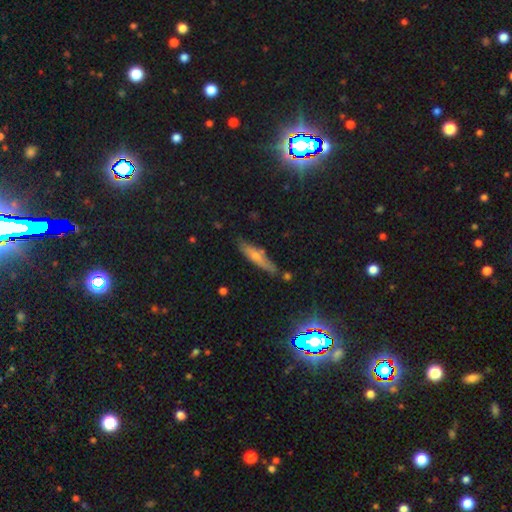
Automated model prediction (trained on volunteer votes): smooth_or_featured: smooth (p=0.48) [alt: featured or disk p=0.37]
merging: none (p=0.75) [alt: minor disturbance p=0.18]